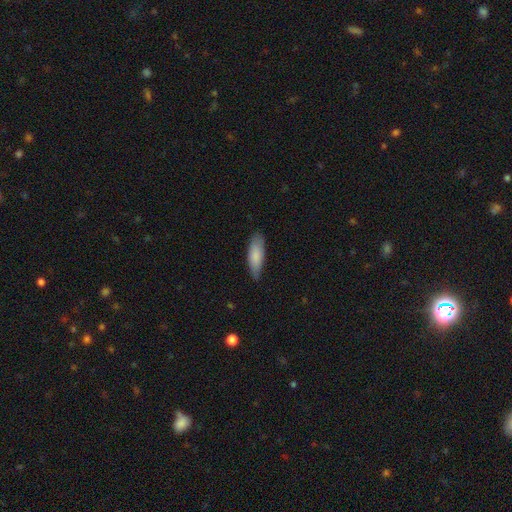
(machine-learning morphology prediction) This appears to be a smooth galaxy with no disk features (83%) that is in between round and cigar-shaped (58%). Merging: none (75%).